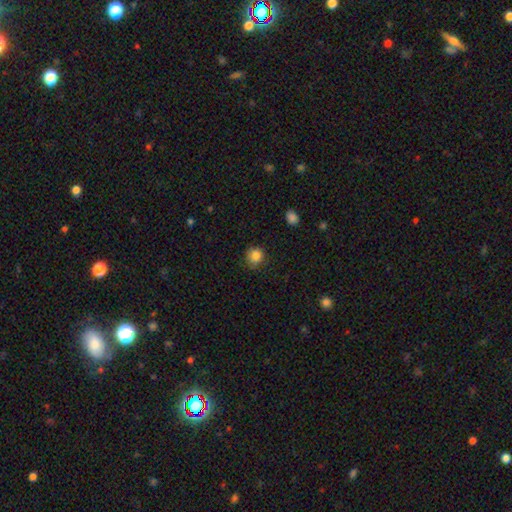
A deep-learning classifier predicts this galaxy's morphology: Smooth or featured: smooth — 85% (star or artifact — 11%)
How rounded: round — 86% (in between — 13%)
Merging: none — 77% (minor disturbance — 18%)